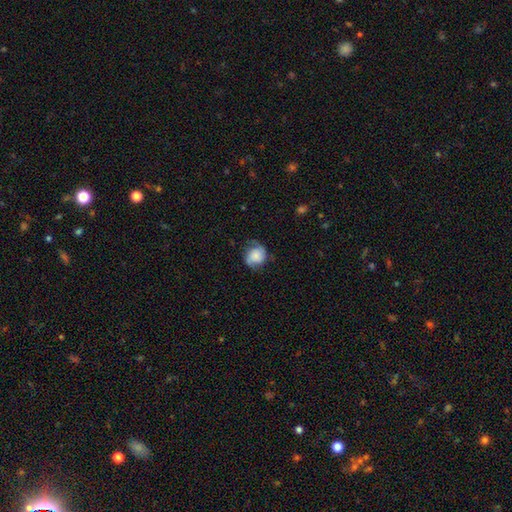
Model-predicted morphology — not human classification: Smooth or featured? smooth (58%)
How rounded? round (74%)
Merging? none (60%)